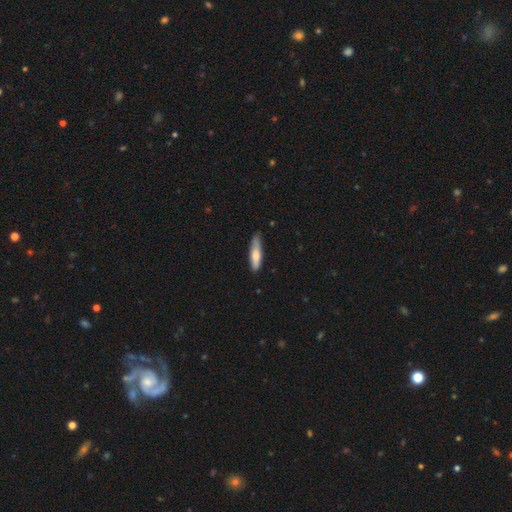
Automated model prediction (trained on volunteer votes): Smooth or featured? smooth (65%)
How rounded? cigar-shaped (72%)
Merging? none (71%)